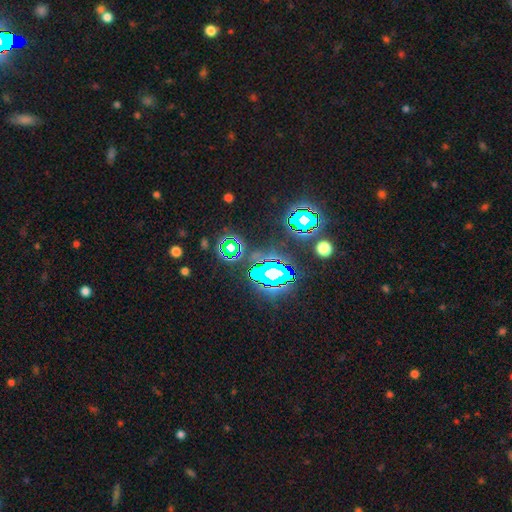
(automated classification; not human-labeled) Smooth or featured?
  - star or artifact: 77% *
  - smooth: 14%
  - featured or disk: 9%